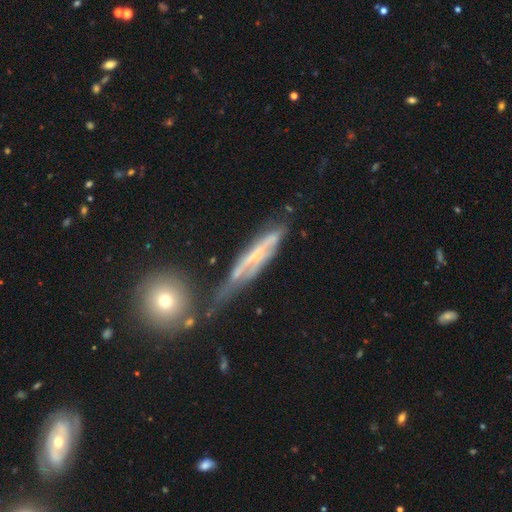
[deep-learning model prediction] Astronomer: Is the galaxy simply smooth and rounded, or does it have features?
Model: featured or disk — 72%.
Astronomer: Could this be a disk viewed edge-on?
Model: yes — 61% (runner-up: no, 39%).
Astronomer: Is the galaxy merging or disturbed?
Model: none — 42% (runner-up: minor disturbance, 28%).